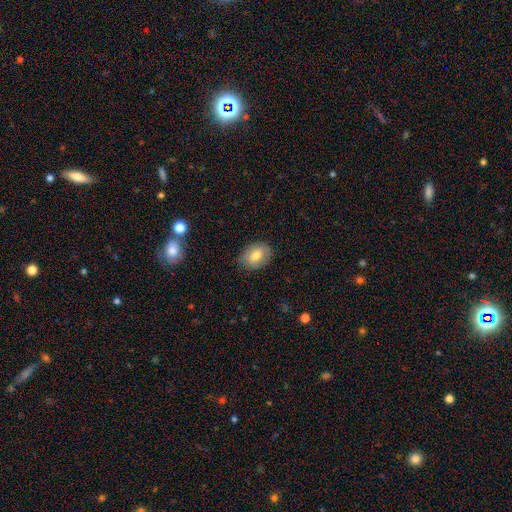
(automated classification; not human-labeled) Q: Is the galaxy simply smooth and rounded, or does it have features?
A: smooth — 76%.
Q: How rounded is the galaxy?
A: in between — 78%.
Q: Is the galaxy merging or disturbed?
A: none — 84%.